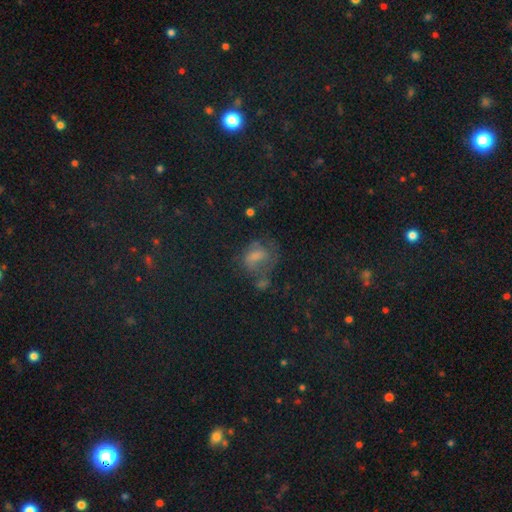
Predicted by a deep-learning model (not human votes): smooth-or-featured: star or artifact: 41% | smooth: 36% | featured or disk: 23%